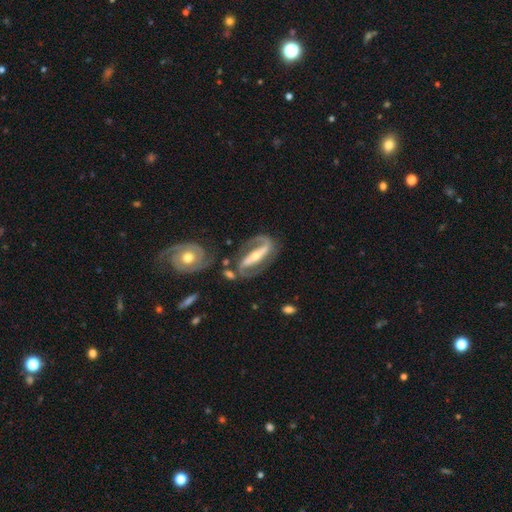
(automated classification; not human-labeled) This is clearly a featured or disk galaxy (89%). It is clearly not viewed edge-on (92%). Bar: likely strong (77%). Spiral arm pattern: clearly yes (96%). Spiral arm count: clearly 2 (91%). Spiral winding: possibly medium (50%). Central bulge: possibly moderate (52%). Merging: likely none (72%).